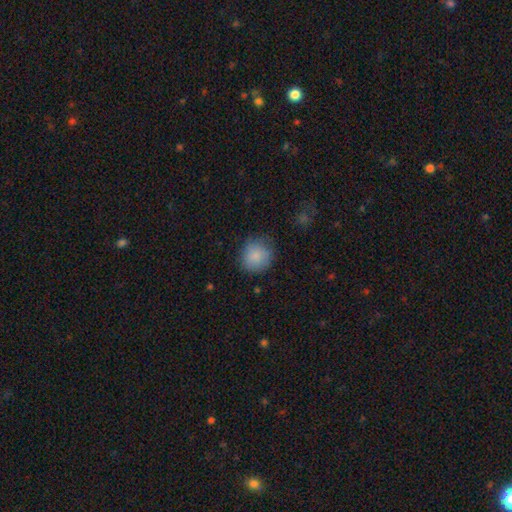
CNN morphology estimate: smooth_or_featured: smooth (p=0.85) [alt: star or artifact p=0.08]
how_rounded: round (p=0.87) [alt: in between p=0.12]
merging: none (p=0.75) [alt: minor disturbance p=0.18]